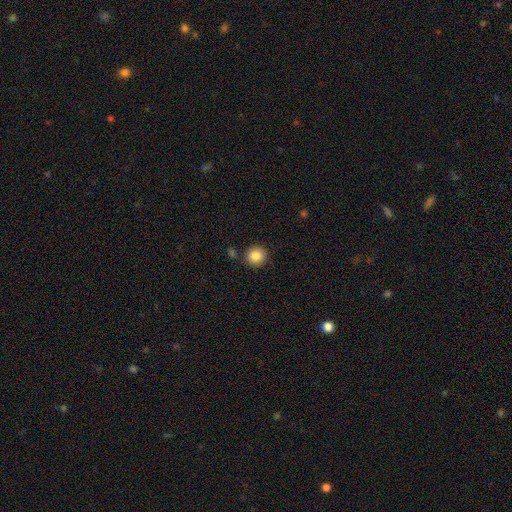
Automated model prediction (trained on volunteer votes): Smooth or featured? Predicted: smooth (p=0.87). How rounded? Predicted: round (p=0.87). Merging? Predicted: none (p=0.85).